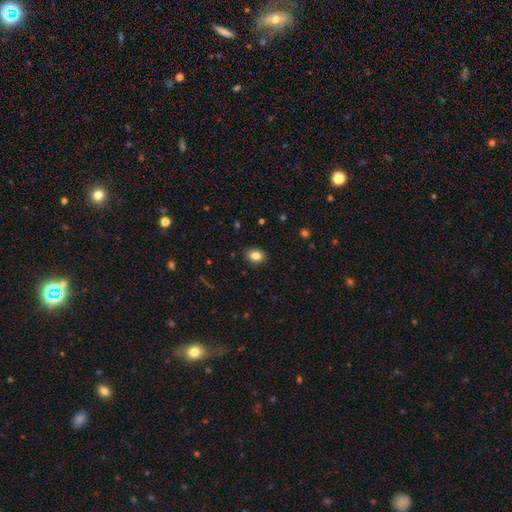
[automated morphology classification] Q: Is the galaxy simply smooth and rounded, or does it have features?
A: smooth — 83%.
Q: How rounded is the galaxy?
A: in between — 63%.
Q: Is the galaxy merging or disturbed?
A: none — 88%.